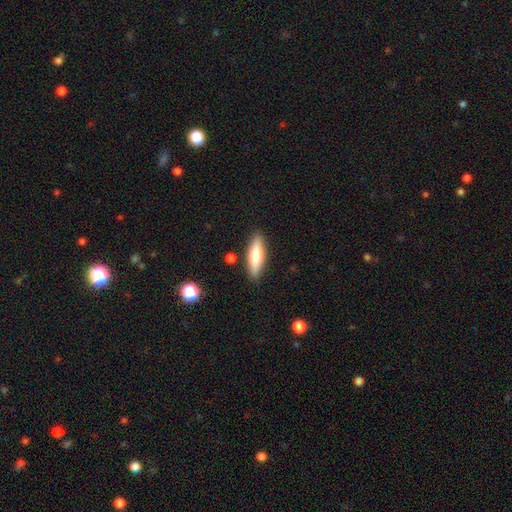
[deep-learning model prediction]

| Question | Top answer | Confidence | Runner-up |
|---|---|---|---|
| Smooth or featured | smooth | 71% | featured or disk (23%) |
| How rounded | cigar-shaped | 55% | in between (43%) |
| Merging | none | 86% | minor disturbance (9%) |